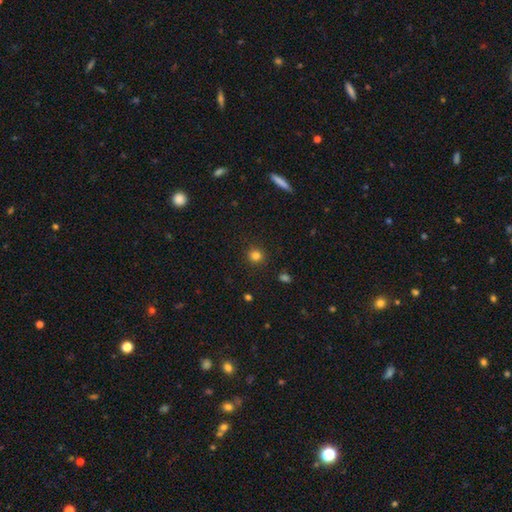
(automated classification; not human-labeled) Morphology: type=smooth (81%); roundness=round (92%); merging=none (90%).